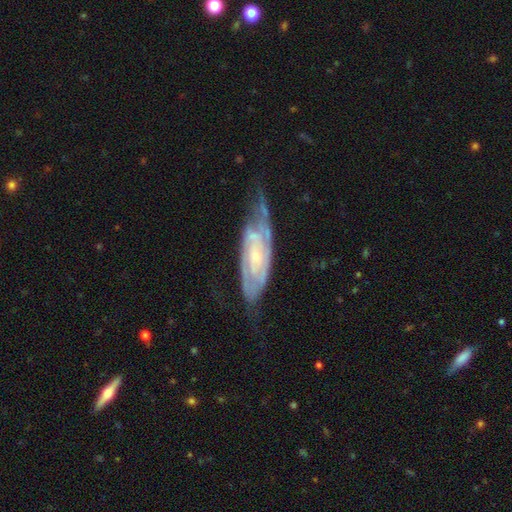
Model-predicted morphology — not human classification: Smooth or featured? featured or disk (83%)
Edge-on disk? no (87%)
Bar? no (59%)
Spiral arms? yes (93%)
Spiral winding? tight (62%)
Spiral arm count? 2 (47%)
Bulge size? small (74%)
Merging? none (57%)